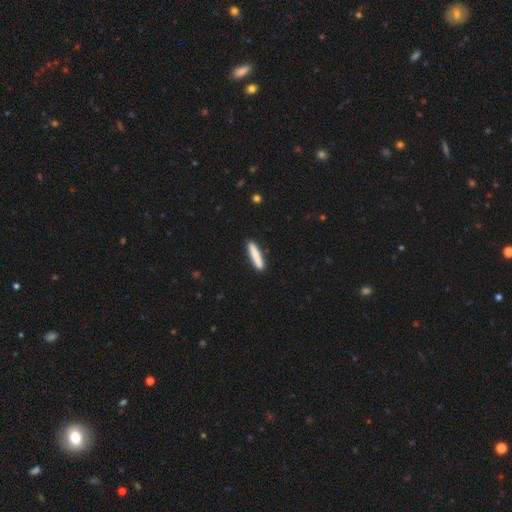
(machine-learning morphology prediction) This is clearly a smooth galaxy (84%). How rounded: clearly cigar-shaped (90%). Merging: clearly none (91%).